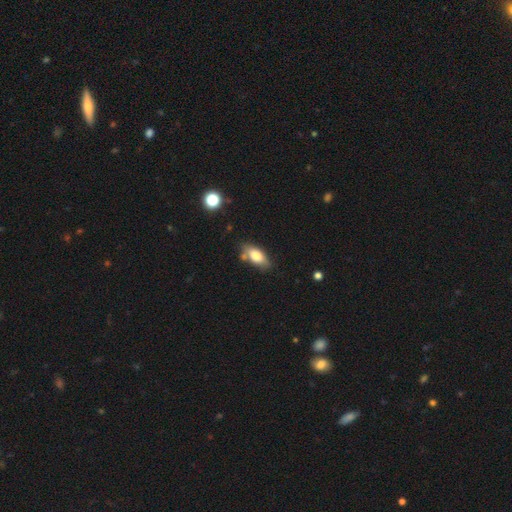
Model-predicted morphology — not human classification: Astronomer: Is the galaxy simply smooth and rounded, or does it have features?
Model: smooth — 76%.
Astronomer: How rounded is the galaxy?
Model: in between — 85%.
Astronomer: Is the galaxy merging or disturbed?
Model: none — 70%.